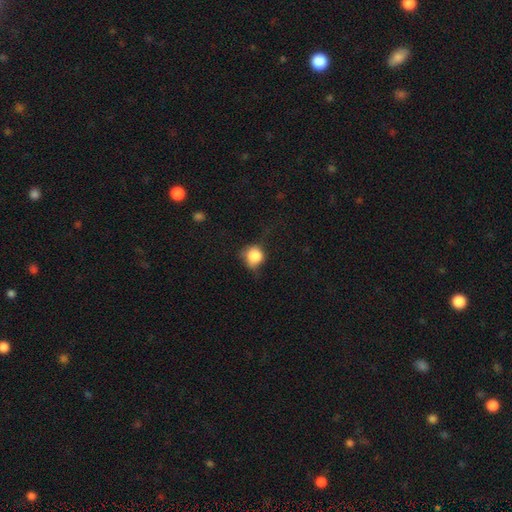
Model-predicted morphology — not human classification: Smooth or featured? Predicted: smooth (p=0.80). How rounded? Predicted: round (p=0.81). Merging? Predicted: none (p=0.47).